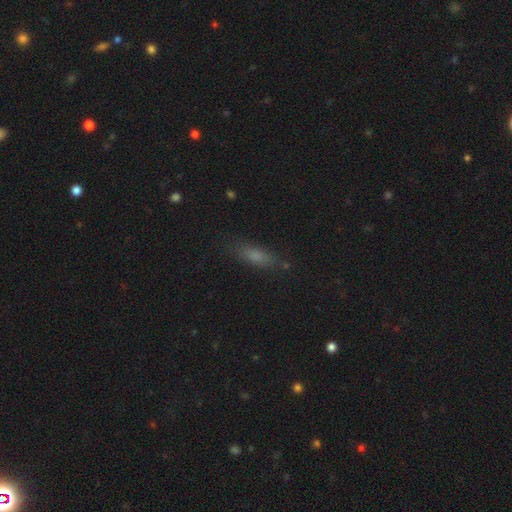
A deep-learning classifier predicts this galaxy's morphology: This appears to be a smooth galaxy with no disk features (74%) that is in between round and cigar-shaped (57%). Merging: none (78%).